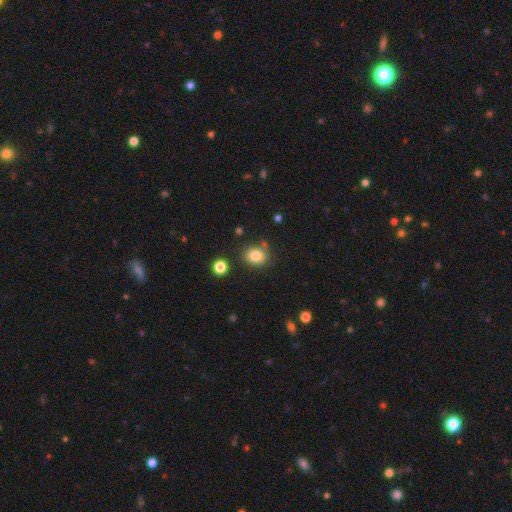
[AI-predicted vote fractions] Q: Smooth or featured?
A: smooth (82%); runner-up: star or artifact (11%)
Q: How rounded?
A: round (57%); runner-up: in between (43%)
Q: Merging?
A: none (78%); runner-up: minor disturbance (12%)